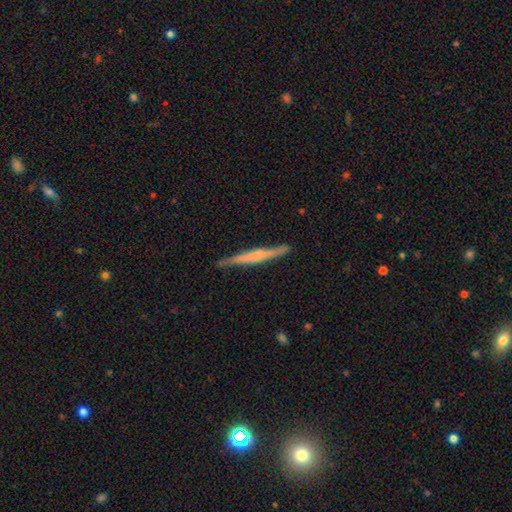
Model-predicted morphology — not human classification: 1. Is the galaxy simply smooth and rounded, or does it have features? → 62% featured or disk, 33% smooth, 5% star or artifact.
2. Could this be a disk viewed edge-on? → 97% yes, 3% no.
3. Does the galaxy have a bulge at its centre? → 38% none, 34% rounded, 28% boxy.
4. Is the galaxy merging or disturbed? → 87% none, 10% minor disturbance, 2% major disturbance, 1% merger.